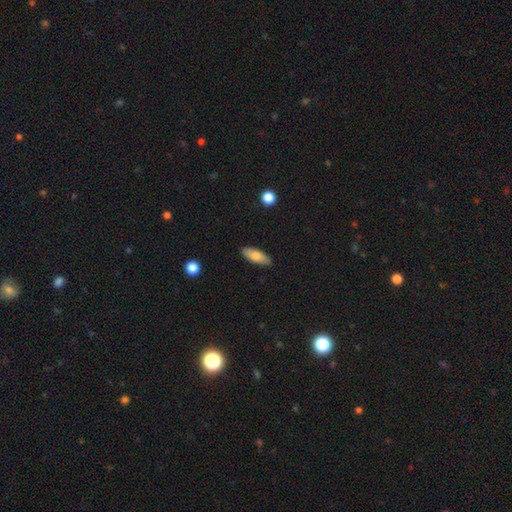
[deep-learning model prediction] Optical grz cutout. It shows a smooth galaxy with no disk features (77%) that is in between round and cigar-shaped (71%). Merging: none (87%).